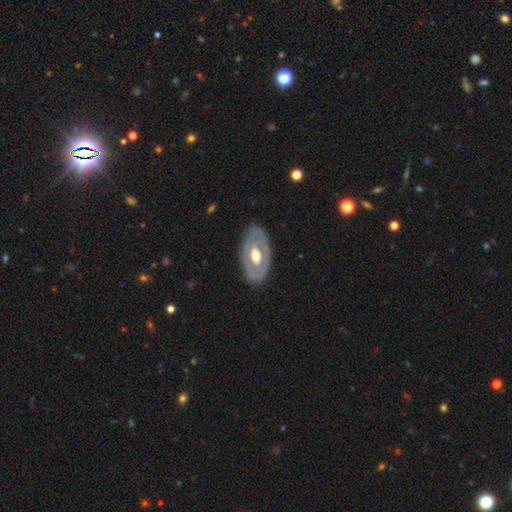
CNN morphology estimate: smooth_or_featured: featured or disk (p=0.65) [alt: smooth p=0.31]
disk_edge_on: no (p=0.90) [alt: yes p=0.10]
bar: no (p=0.73) [alt: weak p=0.20]
has_spiral_arms: no (p=0.76) [alt: yes p=0.24]
bulge_size: moderate (p=0.65) [alt: large p=0.25]
merging: none (p=0.79) [alt: minor disturbance p=0.16]